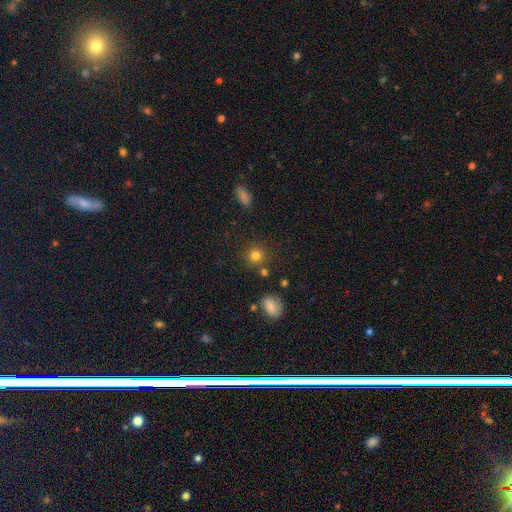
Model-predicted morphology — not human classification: type=smooth (80%); roundness=round (91%); merging=none (82%).